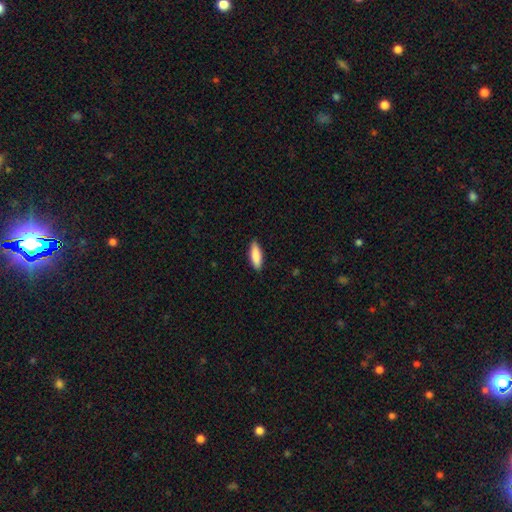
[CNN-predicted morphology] Smooth or featured?
  - smooth: 86% *
  - featured or disk: 8%
  - star or artifact: 5%
How rounded?
  - in between: 51% *
  - cigar-shaped: 48%
  - round: 2%
Merging?
  - none: 89% *
  - minor disturbance: 9%
  - major disturbance: 2%
  - merger: 1%